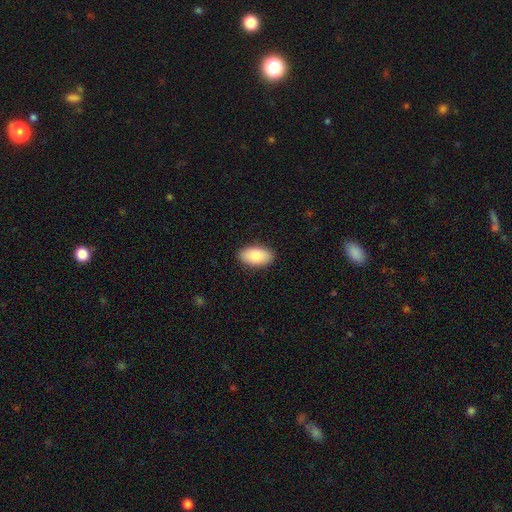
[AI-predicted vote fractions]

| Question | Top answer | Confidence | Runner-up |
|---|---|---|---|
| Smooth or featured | smooth | 85% | featured or disk (8%) |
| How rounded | in between | 95% | round (3%) |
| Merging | none | 89% | minor disturbance (8%) |